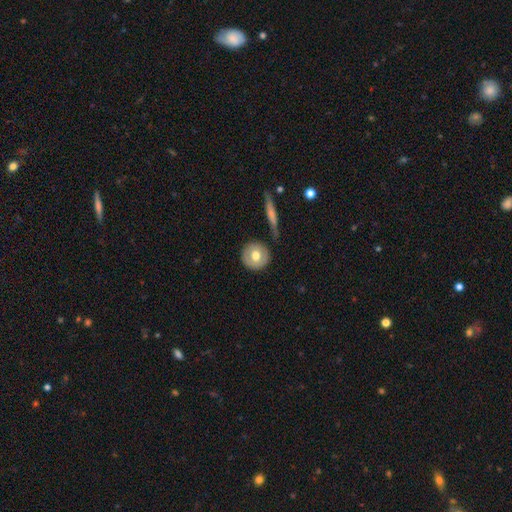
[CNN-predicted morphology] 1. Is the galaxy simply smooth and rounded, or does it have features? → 67% smooth, 27% featured or disk, 6% star or artifact.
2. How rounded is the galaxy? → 91% round, 7% in between, 2% cigar-shaped.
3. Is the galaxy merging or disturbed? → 83% none, 10% minor disturbance, 4% merger, 3% major disturbance.